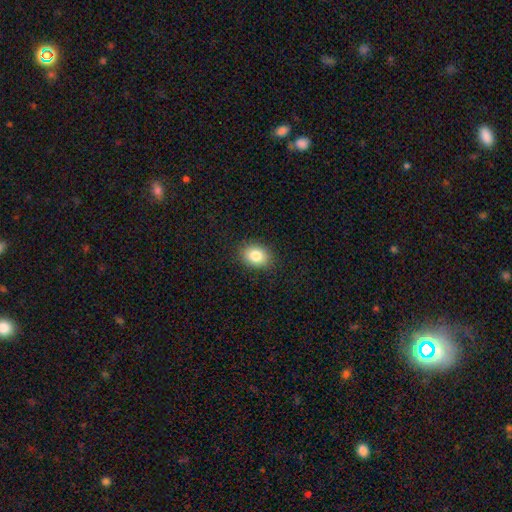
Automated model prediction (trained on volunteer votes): This is clearly a smooth galaxy (83%). How rounded: likely in between (62%). Merging: clearly none (88%).